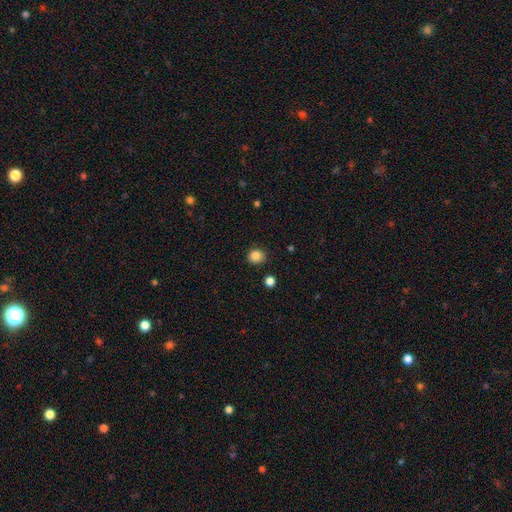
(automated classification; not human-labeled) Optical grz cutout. It shows a smooth galaxy with no disk features (86%) that is round (88%). Merging: none (88%).